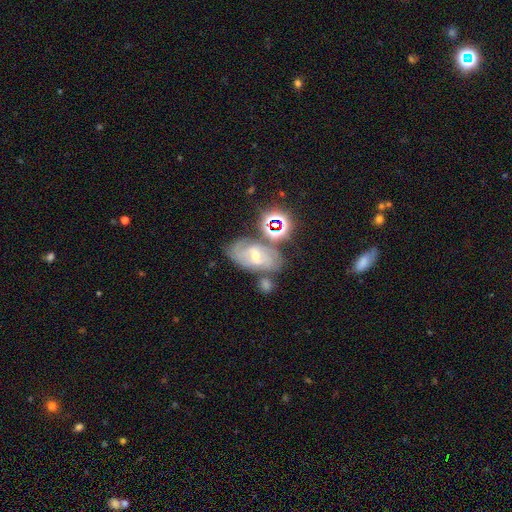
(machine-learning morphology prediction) smooth_or_featured: featured or disk (p=0.63) [alt: star or artifact p=0.20]
disk_edge_on: no (p=0.94) [alt: yes p=0.06]
bar: weak (p=0.45) [alt: no p=0.33]
has_spiral_arms: yes (p=0.86) [alt: no p=0.14]
spiral_winding: tight (p=0.59) [alt: medium p=0.33]
spiral_arm_count: can't tell (p=0.42) [alt: 2 p=0.32]
bulge_size: small (p=0.51) [alt: moderate p=0.44]
merging: none (p=0.60) [alt: minor disturbance p=0.18]